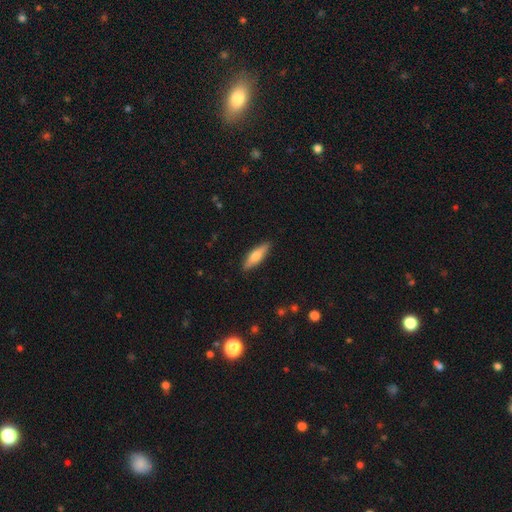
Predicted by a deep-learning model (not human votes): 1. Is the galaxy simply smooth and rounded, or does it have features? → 60% smooth, 34% featured or disk, 6% star or artifact.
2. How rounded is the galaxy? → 64% cigar-shaped, 34% in between, 2% round.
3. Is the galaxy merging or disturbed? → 88% none, 9% minor disturbance, 2% major disturbance, 1% merger.